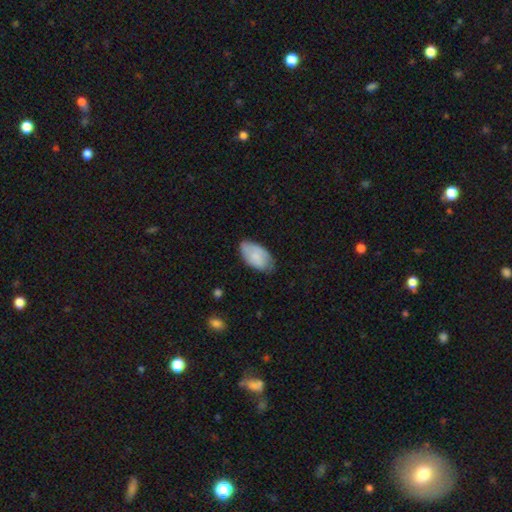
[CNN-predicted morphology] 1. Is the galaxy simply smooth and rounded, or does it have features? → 74% smooth, 19% featured or disk, 6% star or artifact.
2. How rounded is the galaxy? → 95% in between, 3% round, 2% cigar-shaped.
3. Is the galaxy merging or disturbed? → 63% none, 30% minor disturbance, 6% major disturbance, 1% merger.